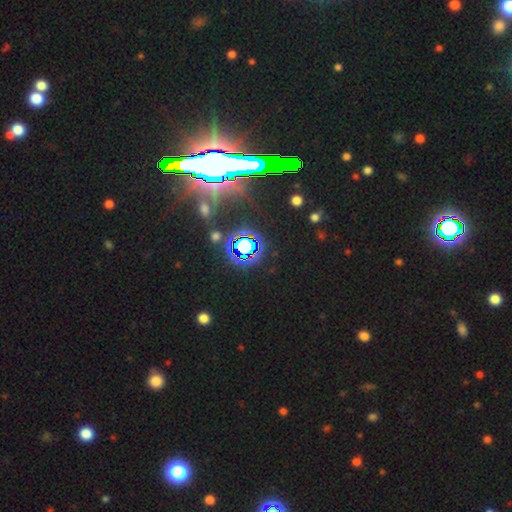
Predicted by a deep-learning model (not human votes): smooth_or_featured: star or artifact (p=0.82) [alt: smooth p=0.09]